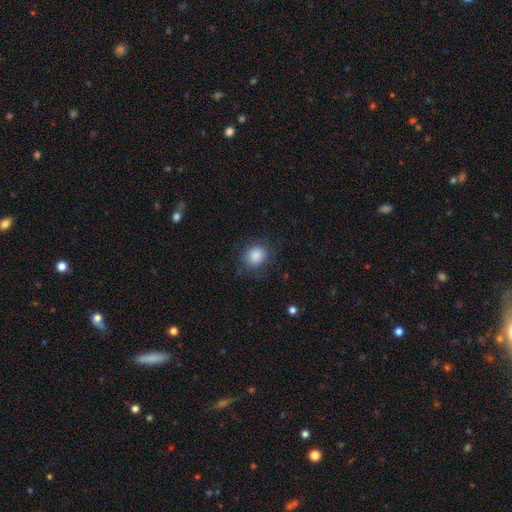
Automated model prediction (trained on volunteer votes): Overall: smooth (86%). How rounded: round (71%). Merging: none (79%).